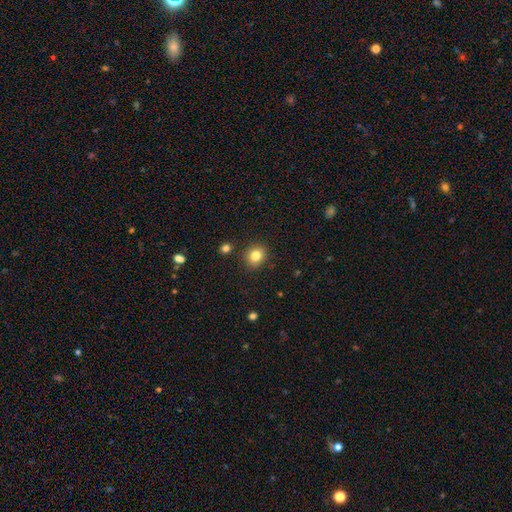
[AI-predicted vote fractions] Overall: smooth (82%). How rounded: round (73%). Merging: none (87%).